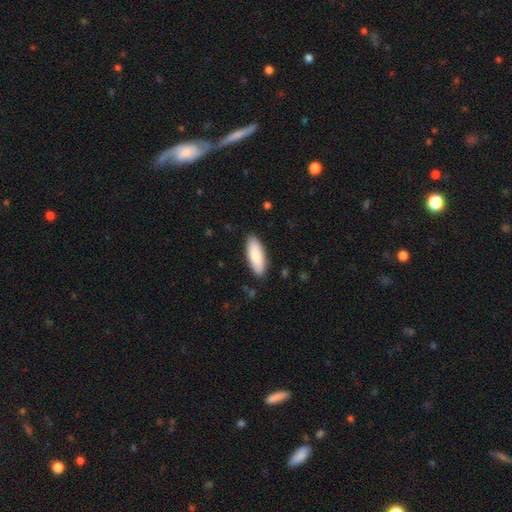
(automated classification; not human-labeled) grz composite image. It shows a smooth galaxy with no disk features (84%) that is in between round and cigar-shaped (69%). Merging: none (88%).